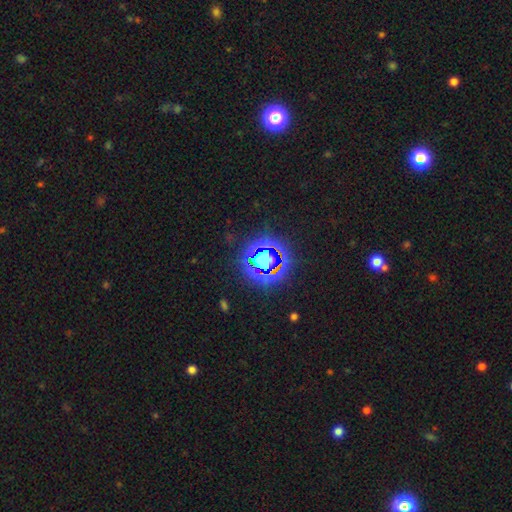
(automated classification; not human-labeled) Morphology: type=star or artifact (70%).